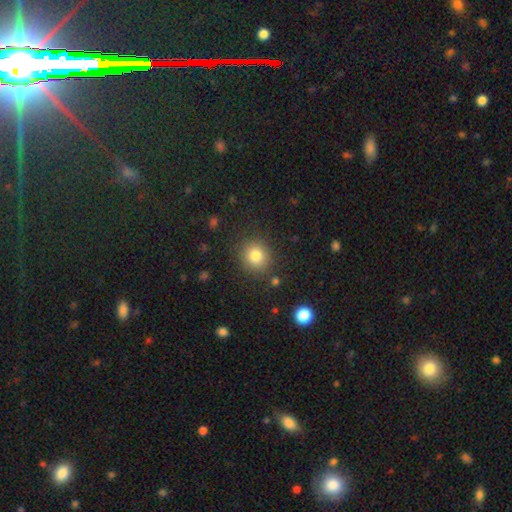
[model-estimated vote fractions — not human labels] smooth-or-featured: smooth: 81% | star or artifact: 12% | featured or disk: 7%
  how-rounded: round: 87% | in between: 12% | cigar-shaped: 1%
  merging: none: 87% | minor disturbance: 8% | major disturbance: 3% | merger: 2%